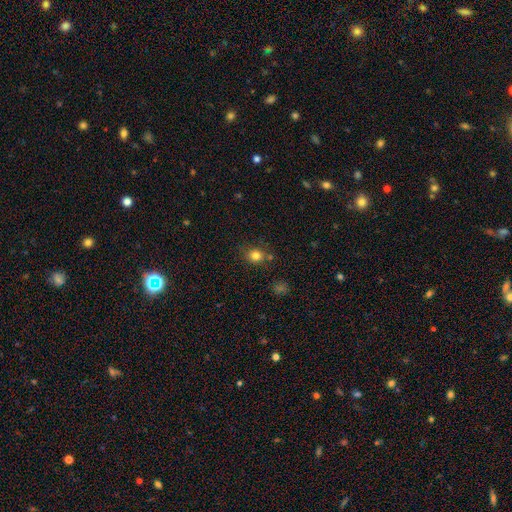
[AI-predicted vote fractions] Q: Smooth or featured?
A: smooth (81%); runner-up: star or artifact (13%)
Q: How rounded?
A: round (70%); runner-up: in between (29%)
Q: Merging?
A: none (75%); runner-up: minor disturbance (15%)